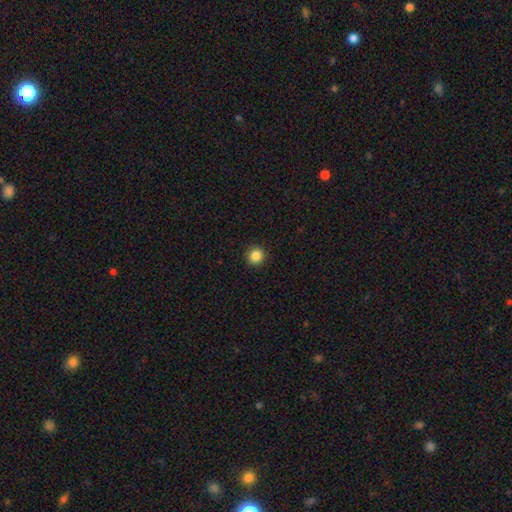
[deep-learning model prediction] Morphology: type=smooth (85%); roundness=round (94%); merging=none (93%).